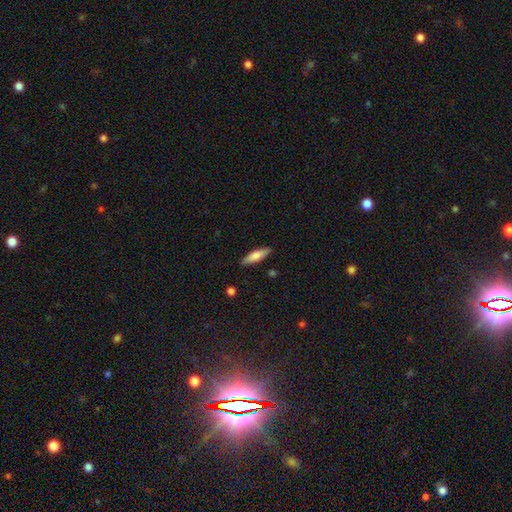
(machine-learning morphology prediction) A smooth galaxy with no disk features (72%) that is cigar-shaped (64%). Merging: none (88%).